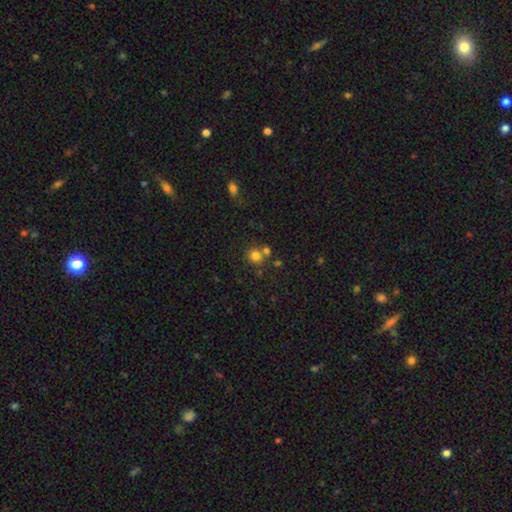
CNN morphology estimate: smooth-or-featured: smooth: 78% | star or artifact: 14% | featured or disk: 8%
  how-rounded: round: 84% | in between: 15% | cigar-shaped: 1%
  merging: none: 63% | merger: 25% | minor disturbance: 9% | major disturbance: 3%